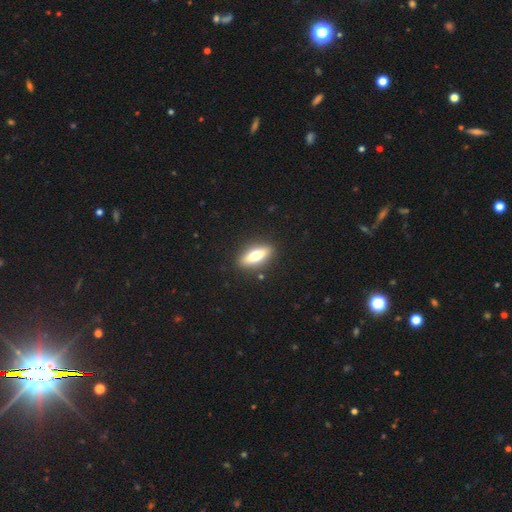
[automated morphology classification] This appears to be a smooth galaxy with no disk features (58%) that is in between round and cigar-shaped (62%). Merging: none (89%).